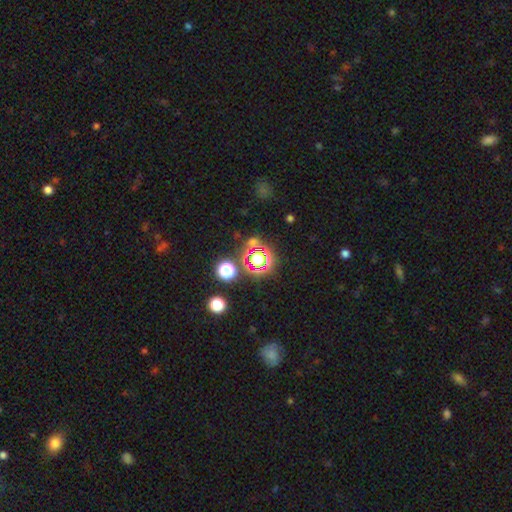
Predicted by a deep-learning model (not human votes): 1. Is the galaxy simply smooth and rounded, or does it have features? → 59% star or artifact, 30% smooth, 11% featured or disk.